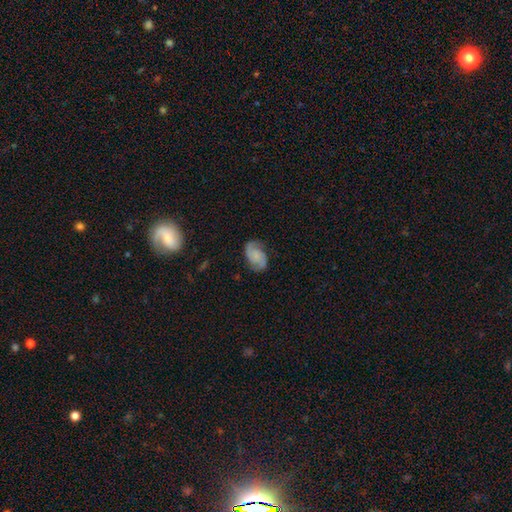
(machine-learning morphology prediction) Q: Smooth or featured?
A: featured or disk (69%); runner-up: smooth (24%)
Q: Edge-on disk?
A: no (98%); runner-up: yes (2%)
Q: Bar?
A: no (66%); runner-up: weak (28%)
Q: Spiral arms?
A: yes (94%); runner-up: no (6%)
Q: Spiral winding?
A: medium (47%); runner-up: loose (28%)
Q: Spiral arm count?
A: 2 (90%); runner-up: can't tell (4%)
Q: Bulge size?
A: none (53%); runner-up: small (25%)
Q: Merging?
A: none (76%); runner-up: minor disturbance (17%)